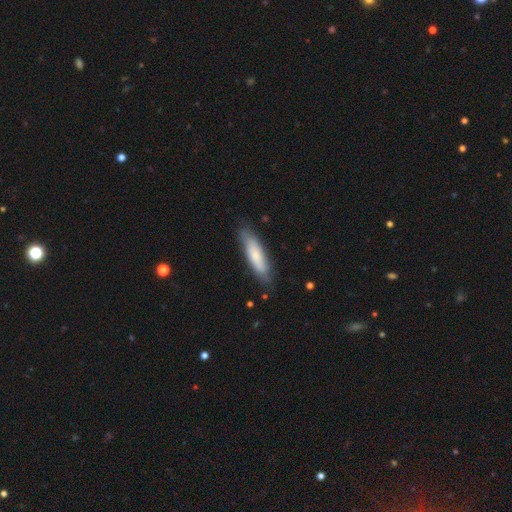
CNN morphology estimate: Overall: smooth (70%). How rounded: cigar-shaped (70%). Merging: none (79%).